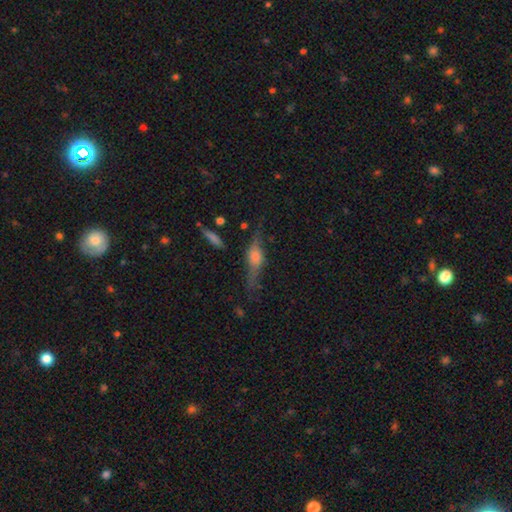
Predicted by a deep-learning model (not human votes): A featured or disk galaxy (70%) viewed edge-on (93%) with a rounded central bulge (81%). Merging: none (70%).